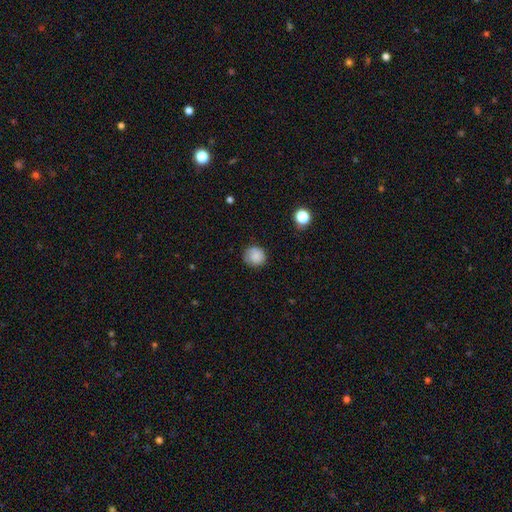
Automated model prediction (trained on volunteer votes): Smooth or featured? smooth (80%)
How rounded? round (86%)
Merging? none (78%)